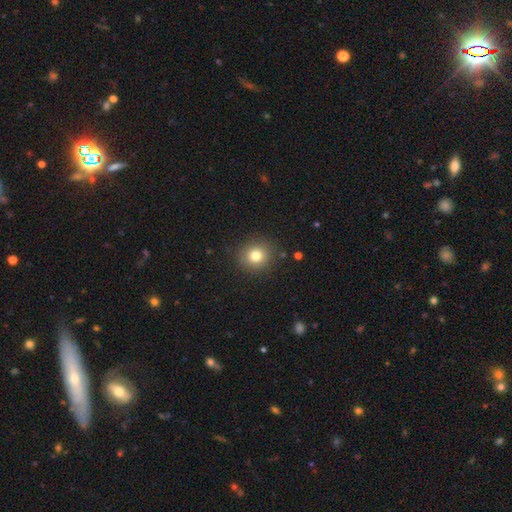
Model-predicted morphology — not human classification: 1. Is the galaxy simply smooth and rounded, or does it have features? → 78% smooth, 13% star or artifact, 9% featured or disk.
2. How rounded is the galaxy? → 89% round, 10% in between, 1% cigar-shaped.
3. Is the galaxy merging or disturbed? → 89% none, 7% minor disturbance, 3% major disturbance, 1% merger.